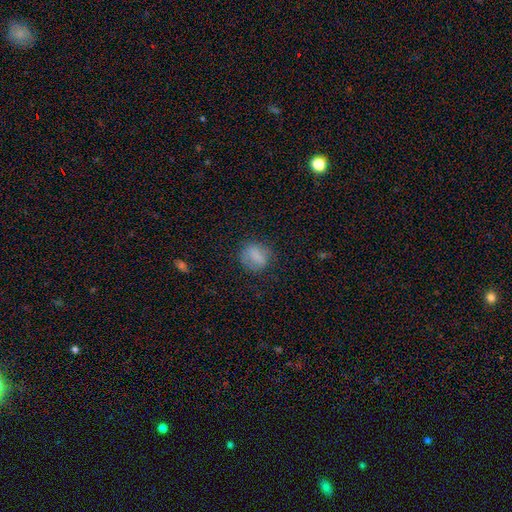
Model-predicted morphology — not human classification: The model was most divided on "how rounded": round: 57%, in between: 41%, cigar-shaped: 2%. More confident: smooth or featured — smooth (77%); merging — none (71%).